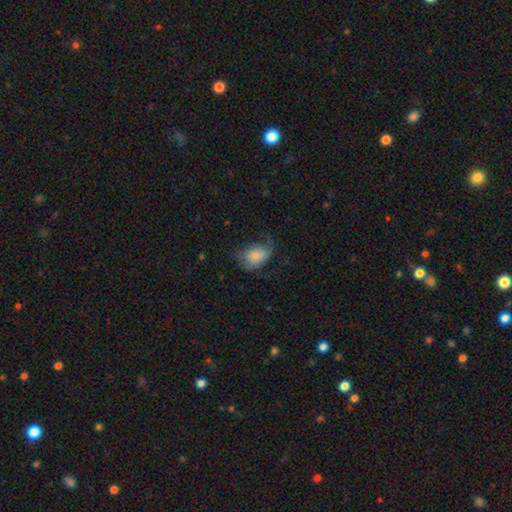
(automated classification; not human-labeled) Smooth or featured? Predicted: smooth (p=0.68). How rounded? Predicted: in between (p=0.77). Merging? Predicted: none (p=0.41).